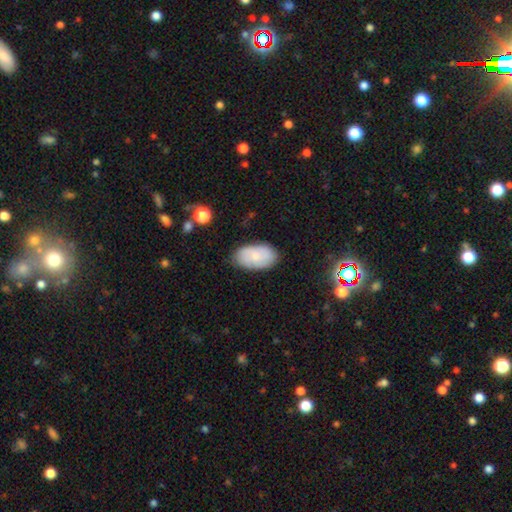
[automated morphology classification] Smooth or featured? Predicted: smooth (p=0.72). How rounded? Predicted: in between (p=0.94). Merging? Predicted: none (p=0.78).